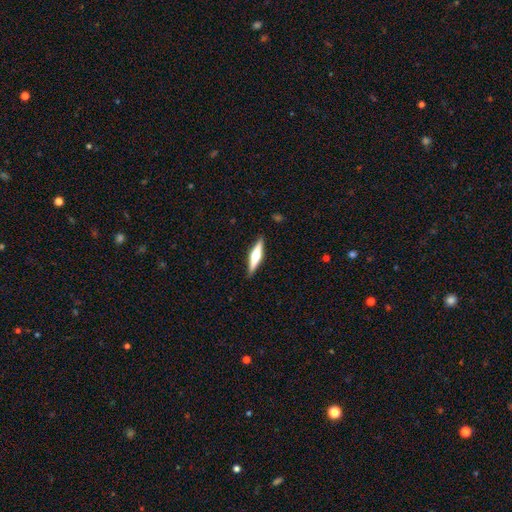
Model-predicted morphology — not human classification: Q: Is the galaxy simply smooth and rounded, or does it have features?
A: featured or disk — 61%.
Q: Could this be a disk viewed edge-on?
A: yes — 97%.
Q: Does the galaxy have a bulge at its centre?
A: rounded — 91%.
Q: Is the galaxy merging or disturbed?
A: none — 90%.